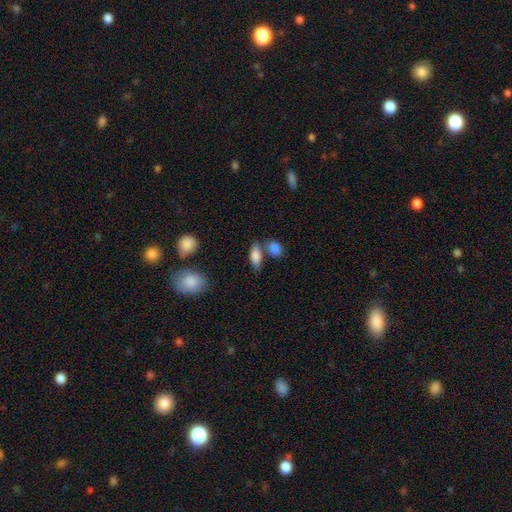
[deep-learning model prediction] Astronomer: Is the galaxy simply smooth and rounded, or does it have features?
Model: smooth — 77%.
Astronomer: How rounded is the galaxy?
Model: in between — 73%.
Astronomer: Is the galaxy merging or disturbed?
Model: none — 58%.